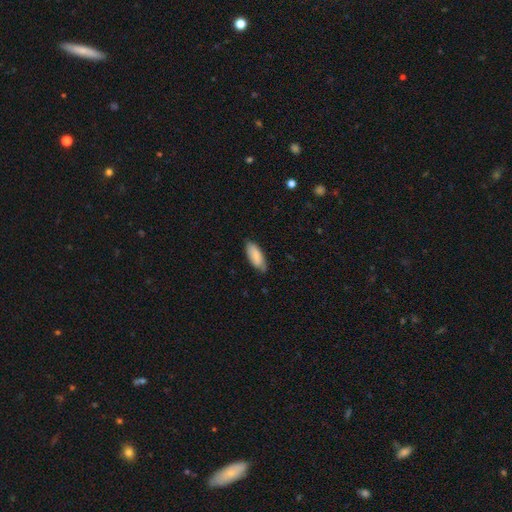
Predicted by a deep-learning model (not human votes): Overall: smooth (85%). How rounded: in between (80%). Merging: none (75%).